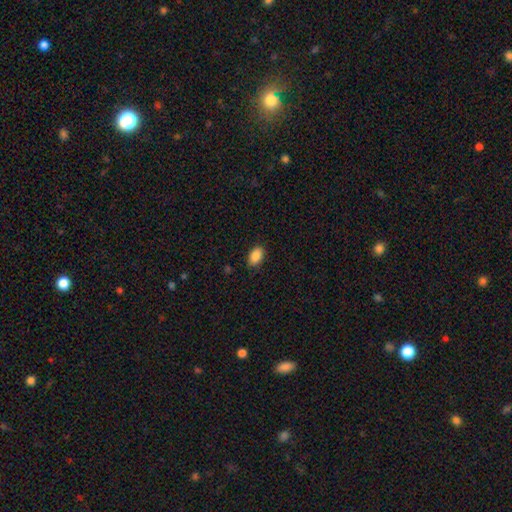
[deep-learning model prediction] This appears to be a smooth galaxy with no disk features (88%) that is in between round and cigar-shaped (91%). Merging: none (86%).